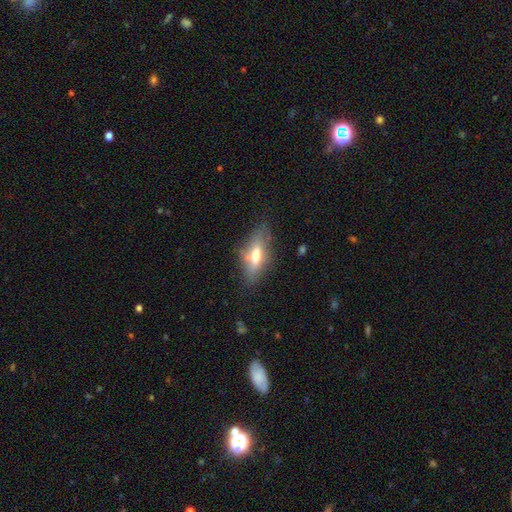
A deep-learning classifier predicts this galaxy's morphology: smooth 59%, featured or disk 33%, star or artifact 9%. Down the decision tree: how rounded — in between (69%); merging — none (66%).